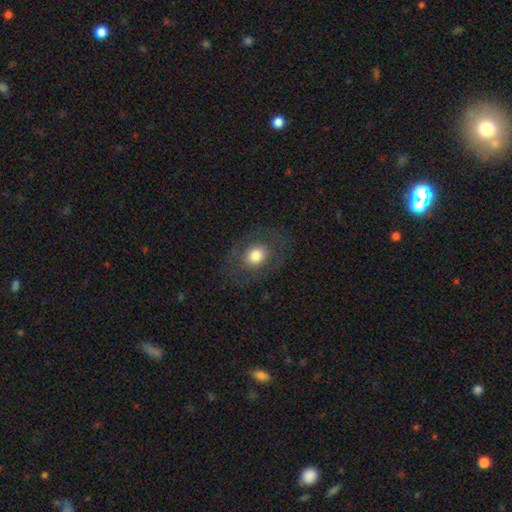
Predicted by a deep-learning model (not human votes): Overall: smooth (72%). How rounded: round (51%; in between 48%). Merging: none (79%).